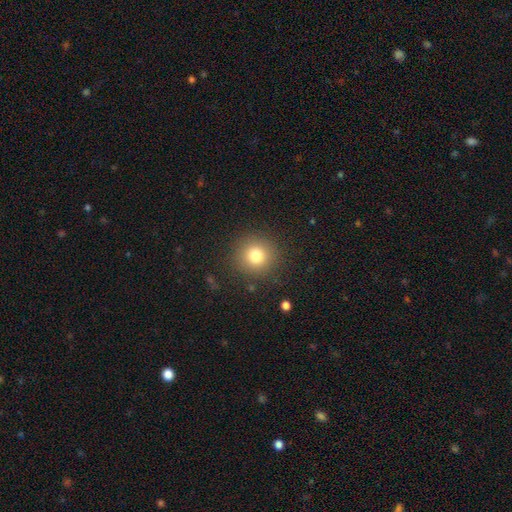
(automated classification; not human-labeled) This is likely a smooth galaxy (79%). How rounded: clearly round (94%). Merging: clearly none (88%).